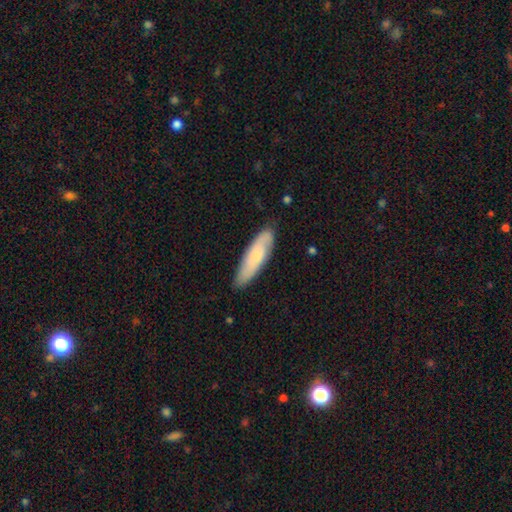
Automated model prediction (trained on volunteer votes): A smooth galaxy with no disk features (63%) that is cigar-shaped (61%). Merging: none (80%).